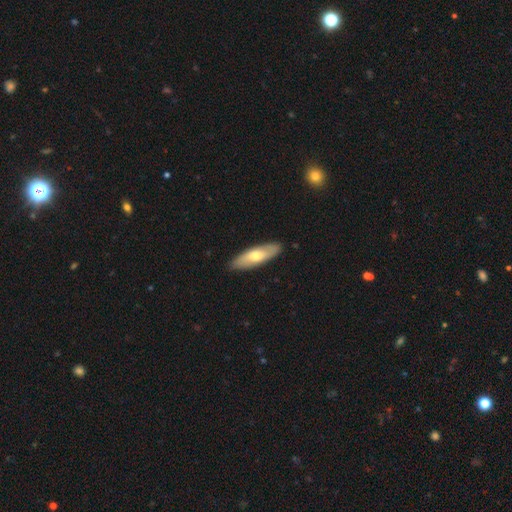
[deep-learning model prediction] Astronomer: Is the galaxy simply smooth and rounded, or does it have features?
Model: smooth — 62%.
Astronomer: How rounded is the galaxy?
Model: in between — 52% (runner-up: cigar-shaped, 46%).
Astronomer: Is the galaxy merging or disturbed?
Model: none — 89%.